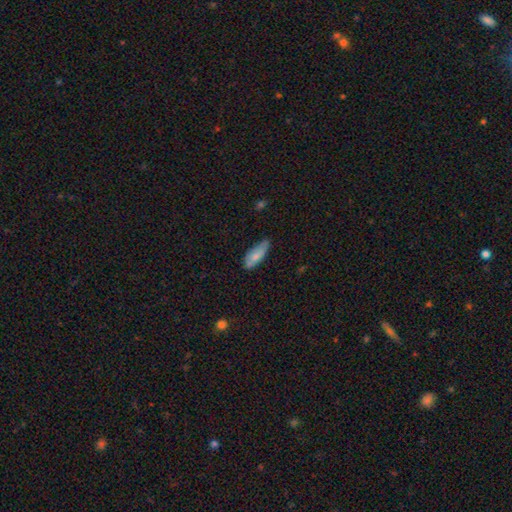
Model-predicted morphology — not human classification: smooth_or_featured: smooth (p=0.74) [alt: featured or disk p=0.20]
how_rounded: in between (p=0.68) [alt: cigar-shaped p=0.30]
merging: none (p=0.63) [alt: minor disturbance p=0.30]